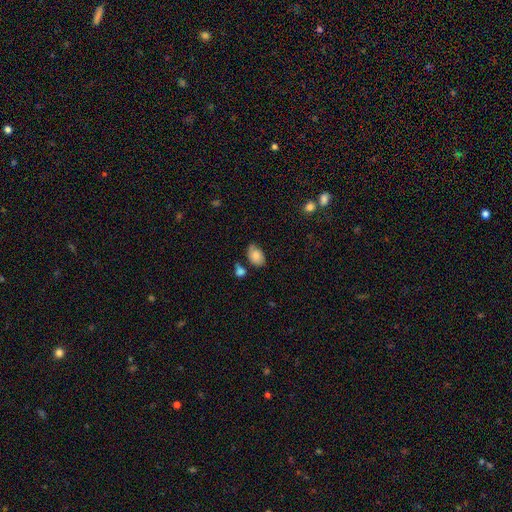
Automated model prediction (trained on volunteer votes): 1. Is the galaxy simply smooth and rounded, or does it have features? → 78% smooth, 14% featured or disk, 8% star or artifact.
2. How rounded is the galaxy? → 87% in between, 12% round, 1% cigar-shaped.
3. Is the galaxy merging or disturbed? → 56% none, 26% minor disturbance, 11% merger, 7% major disturbance.